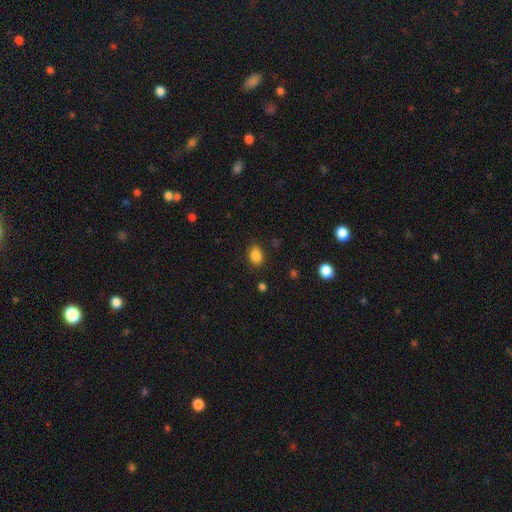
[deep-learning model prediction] A smooth galaxy with no disk features (85%) that is in between round and cigar-shaped (65%).

Vote fractions:
- Smooth or featured? smooth: 85% / star or artifact: 10% / featured or disk: 5%
- How rounded? in between: 65% / round: 33% / cigar-shaped: 1%
- Merging? none: 80% / minor disturbance: 15% / major disturbance: 3% / merger: 2%